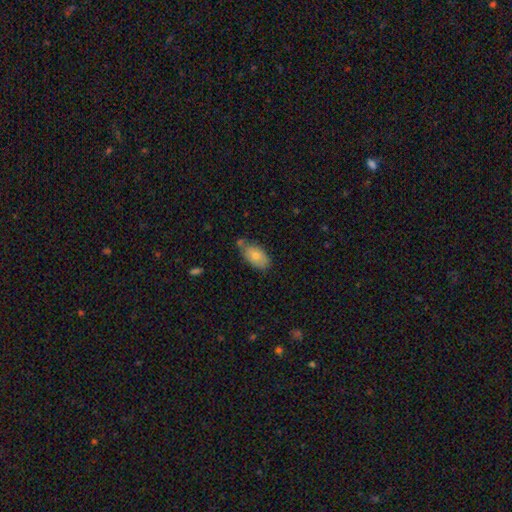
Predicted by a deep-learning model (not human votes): Smooth or featured?
  - smooth: 76% *
  - featured or disk: 17%
  - star or artifact: 7%
How rounded?
  - in between: 92% *
  - round: 5%
  - cigar-shaped: 3%
Merging?
  - none: 57% *
  - minor disturbance: 25%
  - merger: 14%
  - major disturbance: 5%